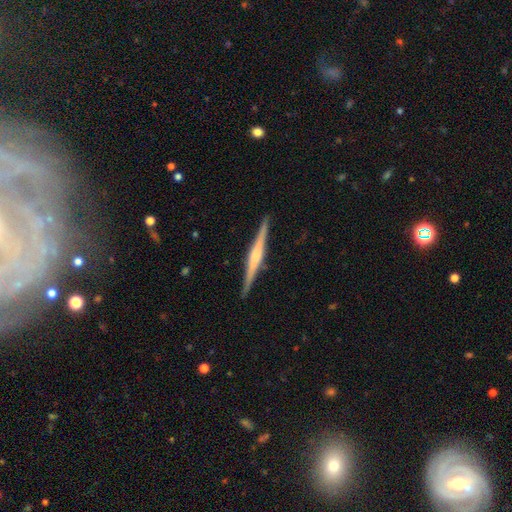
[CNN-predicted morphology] Q: Smooth or featured?
A: featured or disk (77%); runner-up: smooth (18%)
Q: Edge-on disk?
A: yes (99%); runner-up: no (1%)
Q: Edge-on bulge?
A: rounded (58%); runner-up: boxy (28%)
Q: Merging?
A: none (91%); runner-up: minor disturbance (6%)